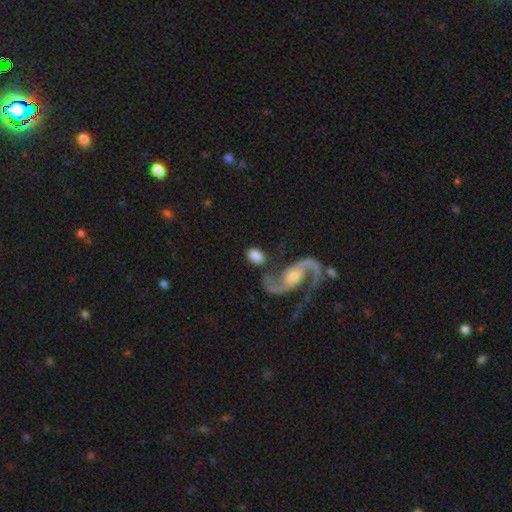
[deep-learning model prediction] A smooth galaxy with no disk features (61%) that is in between round and cigar-shaped (83%). Merging: none (58%).